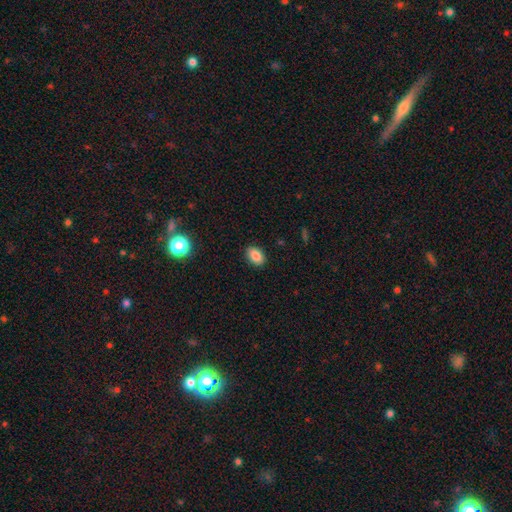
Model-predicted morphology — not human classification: smooth_or_featured: smooth (p=0.86) [alt: star or artifact p=0.09]
how_rounded: in between (p=0.86) [alt: round p=0.12]
merging: none (p=0.89) [alt: minor disturbance p=0.08]